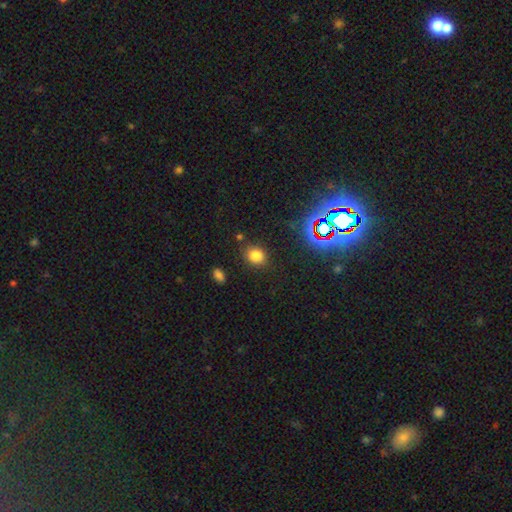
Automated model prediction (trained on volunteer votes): smooth_or_featured: smooth (p=0.77) [alt: star or artifact p=0.17]
how_rounded: round (p=0.57) [alt: in between p=0.41]
merging: none (p=0.83) [alt: minor disturbance p=0.11]